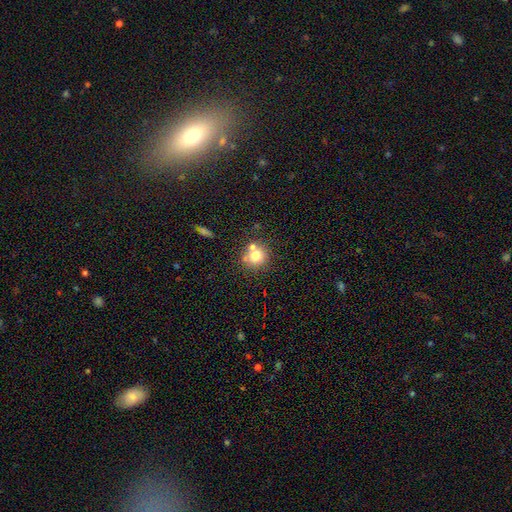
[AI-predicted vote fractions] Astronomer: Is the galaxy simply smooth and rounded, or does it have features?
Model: smooth — 73%.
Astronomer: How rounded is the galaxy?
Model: round — 88%.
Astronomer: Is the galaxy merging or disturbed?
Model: none — 60%.